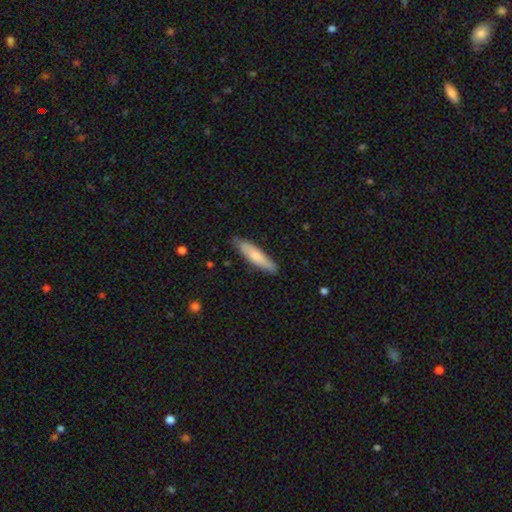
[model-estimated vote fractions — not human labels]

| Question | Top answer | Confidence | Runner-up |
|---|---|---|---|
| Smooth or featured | smooth | 71% | featured or disk (24%) |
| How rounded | cigar-shaped | 76% | in between (22%) |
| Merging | none | 83% | minor disturbance (14%) |